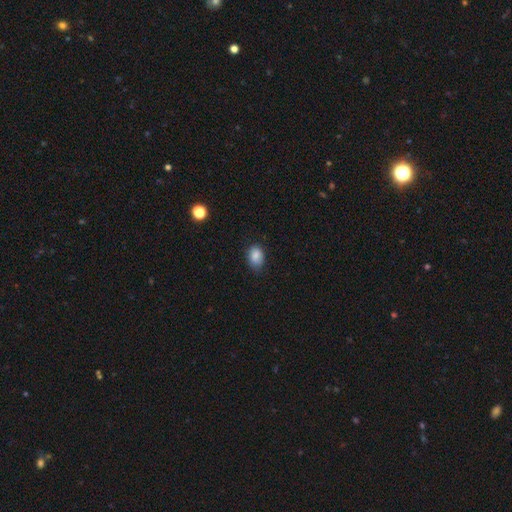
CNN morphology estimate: Smooth or featured: smooth — 86% (star or artifact — 9%)
How rounded: in between — 78% (round — 21%)
Merging: none — 73% (minor disturbance — 22%)